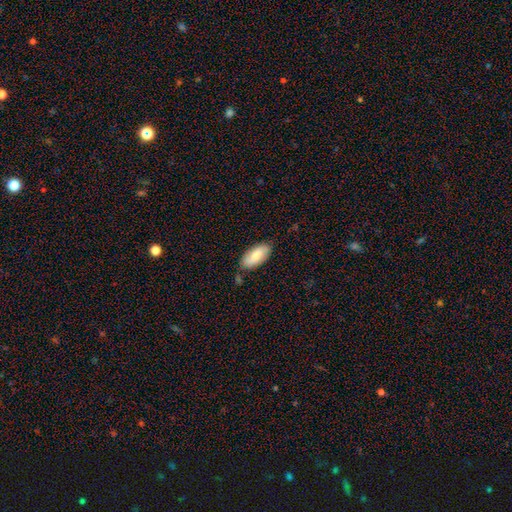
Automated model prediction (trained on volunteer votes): Q: Smooth or featured?
A: smooth (70%); runner-up: featured or disk (24%)
Q: How rounded?
A: in between (90%); runner-up: cigar-shaped (8%)
Q: Merging?
A: none (79%); runner-up: minor disturbance (15%)